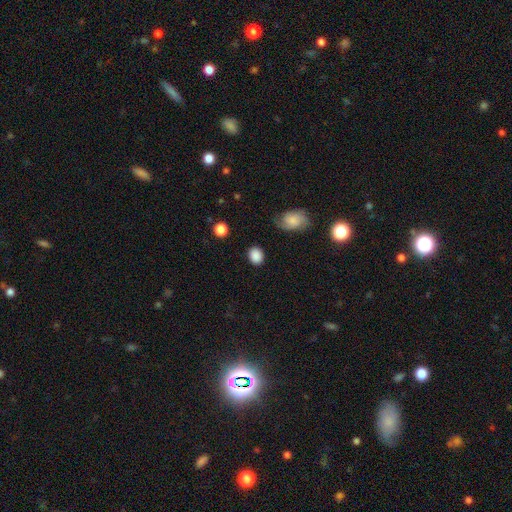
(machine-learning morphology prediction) type=smooth (86%); roundness=round (51%); merging=none (83%).